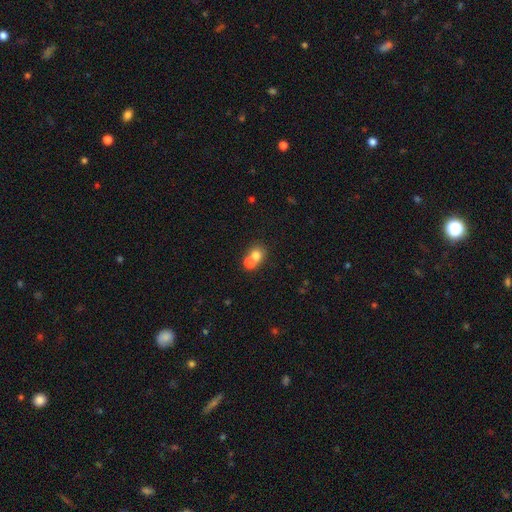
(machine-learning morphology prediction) A smooth galaxy with no disk features (74%) that is round (77%).

Vote fractions:
- Smooth or featured? smooth: 74% / featured or disk: 14% / star or artifact: 12%
- How rounded? round: 77% / in between: 22% / cigar-shaped: 1%
- Merging? merger: 58% / none: 35% / minor disturbance: 5% / major disturbance: 3%